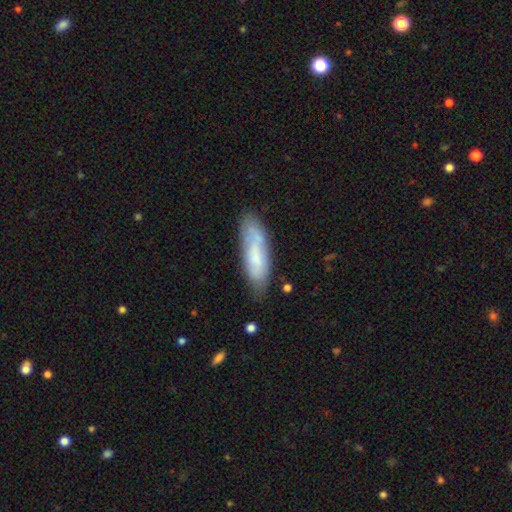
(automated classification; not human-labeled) This appears to be a smooth galaxy with no disk features (63%) that is cigar-shaped (52%). Merging: none (64%).